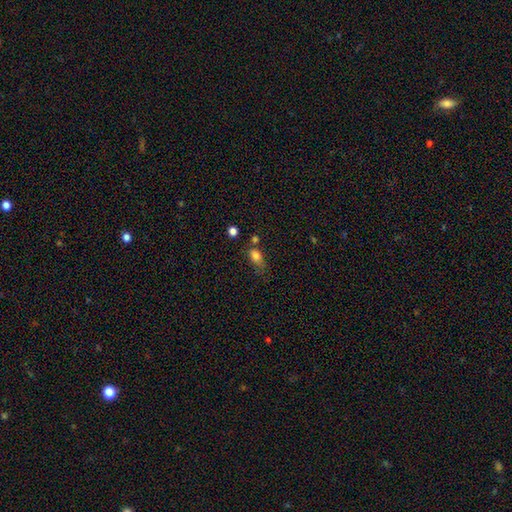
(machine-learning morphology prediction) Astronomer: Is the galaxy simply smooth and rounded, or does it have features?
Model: smooth — 80%.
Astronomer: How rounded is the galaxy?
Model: in between — 81%.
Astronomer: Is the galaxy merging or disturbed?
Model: none — 42% (runner-up: minor disturbance, 31%).